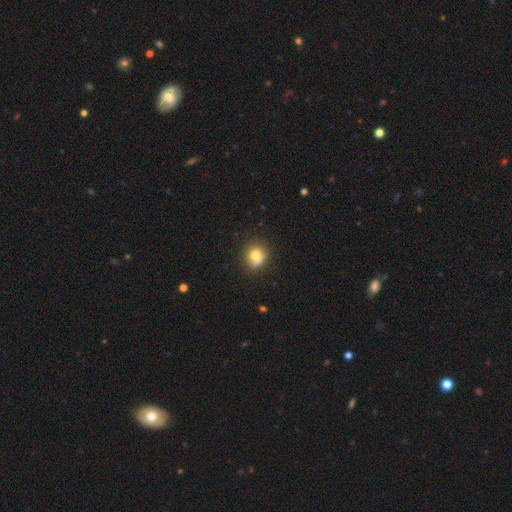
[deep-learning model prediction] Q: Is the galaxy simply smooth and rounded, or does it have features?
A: smooth — 73%.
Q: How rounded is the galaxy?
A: round — 81%.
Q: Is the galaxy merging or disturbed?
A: none — 59%.